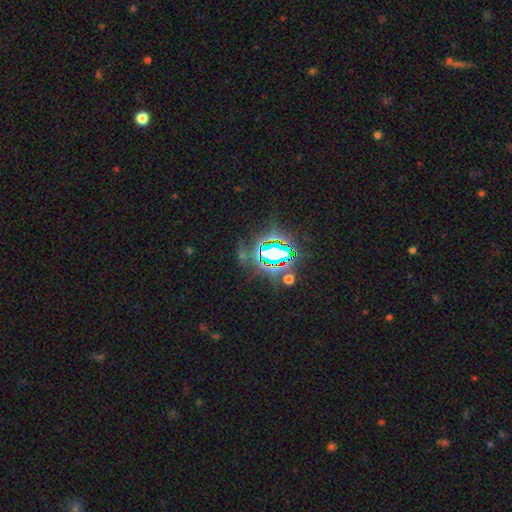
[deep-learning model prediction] star or artifact 81%, smooth 12%, featured or disk 7%.